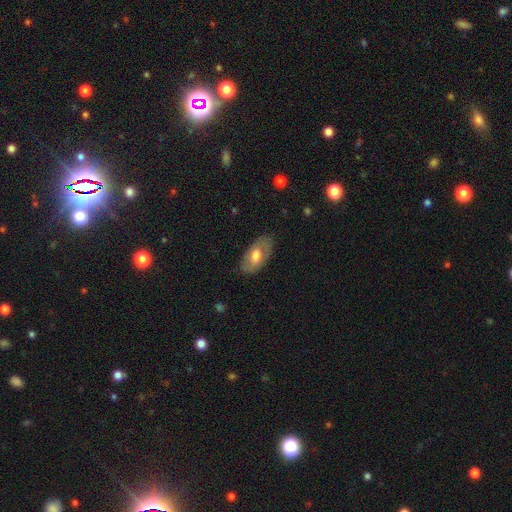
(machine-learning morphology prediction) This is possibly a smooth galaxy (56%). How rounded: clearly in between (92%). Merging: likely none (76%).